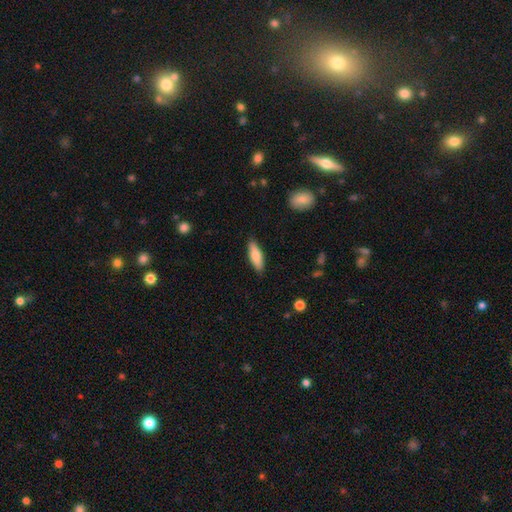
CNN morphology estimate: type=smooth (77%); roundness=in between (49%, tied with cigar-shaped); merging=none (87%).